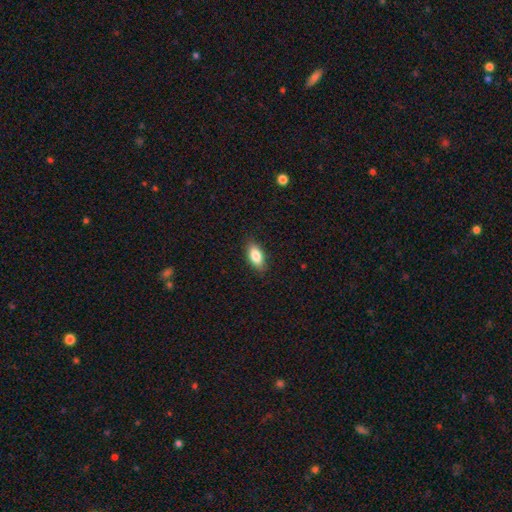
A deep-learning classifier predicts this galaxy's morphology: The model was most divided on "smooth or featured": smooth: 83%, featured or disk: 10%, star or artifact: 7%. More confident: merging — none (87%); how rounded — in between (87%).